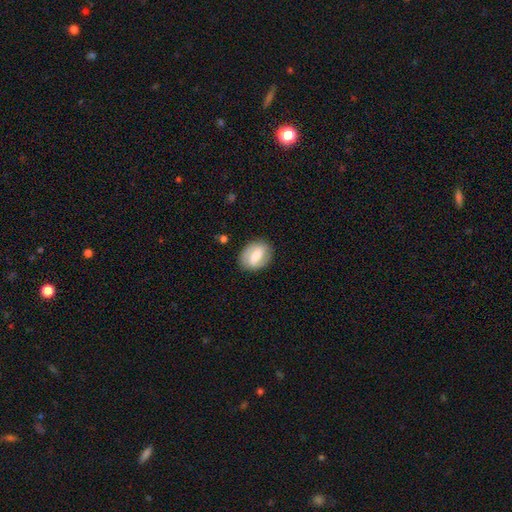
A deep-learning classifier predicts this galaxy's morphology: A featured or disk galaxy (51%).

Vote fractions:
- Smooth or featured? featured or disk: 51% / smooth: 42% / star or artifact: 6%
- Edge-on disk? no: 95% / yes: 5%
- Merging? none: 84% / minor disturbance: 12% / major disturbance: 4% / merger: 1%